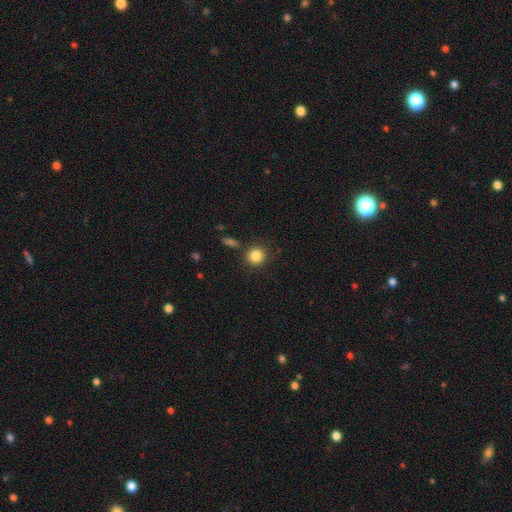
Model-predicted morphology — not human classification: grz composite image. It shows a smooth galaxy with no disk features (85%) that is round (91%). Merging: none (84%).